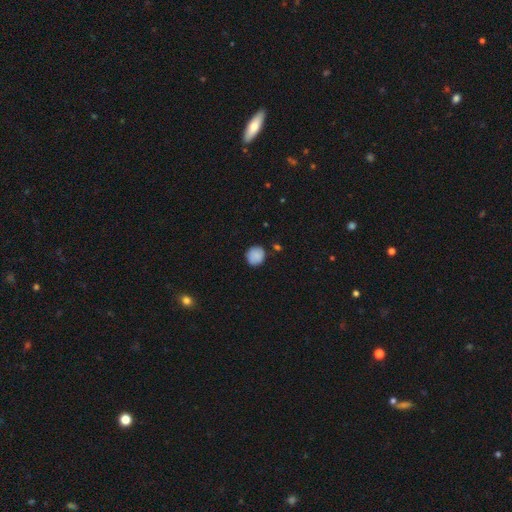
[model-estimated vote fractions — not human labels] This is clearly a smooth galaxy (87%). How rounded: clearly round (85%). Merging: clearly none (82%).